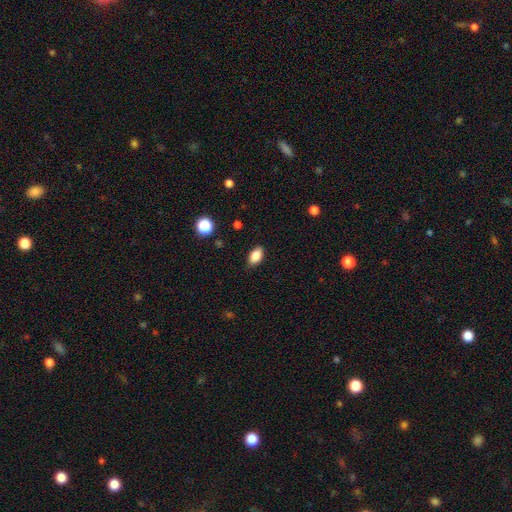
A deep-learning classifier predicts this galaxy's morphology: Smooth or featured? smooth (85%)
How rounded? in between (90%)
Merging? none (87%)